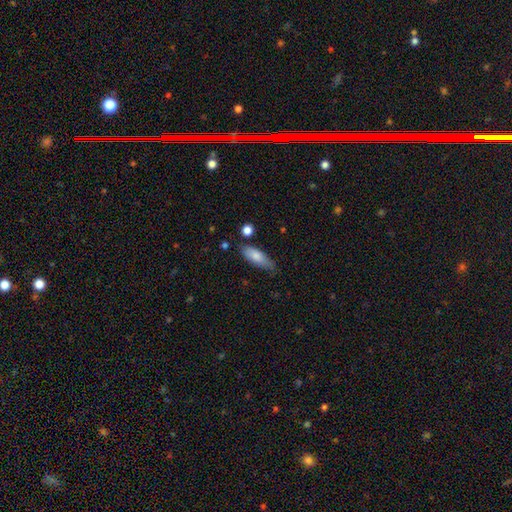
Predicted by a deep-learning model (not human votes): This is clearly a smooth galaxy (81%). How rounded: likely in between (66%). Merging: likely none (64%).